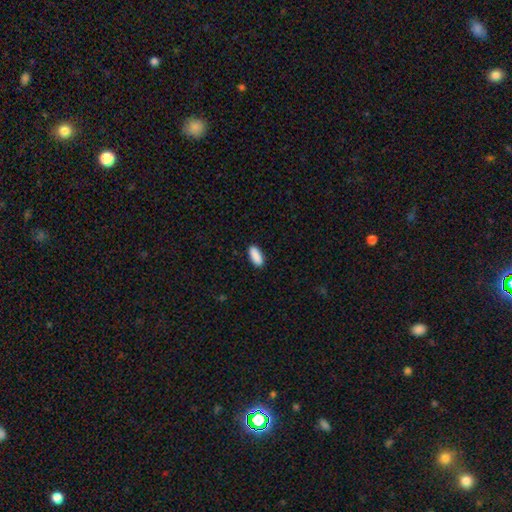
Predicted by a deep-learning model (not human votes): Smooth or featured: smooth — 91% (star or artifact — 6%)
How rounded: in between — 81% (cigar-shaped — 17%)
Merging: none — 90% (minor disturbance — 8%)